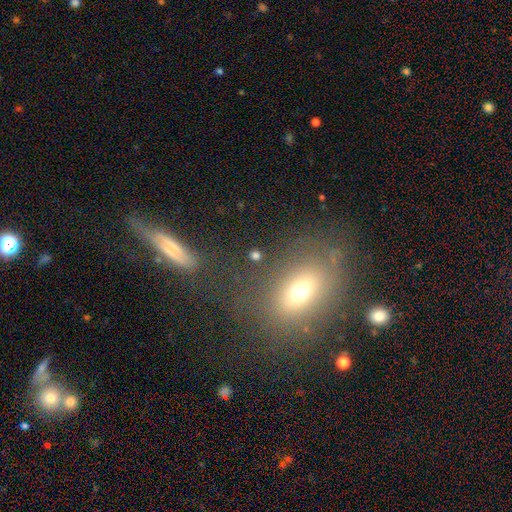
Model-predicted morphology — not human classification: This is likely a smooth galaxy (69%). How rounded: likely round (72%). Merging: clearly none (84%).